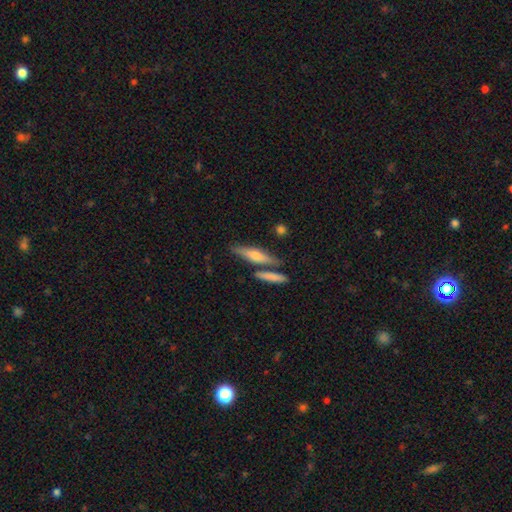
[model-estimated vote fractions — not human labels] Smooth or featured? Predicted: smooth (p=0.48). Merging? Predicted: none (p=0.73).